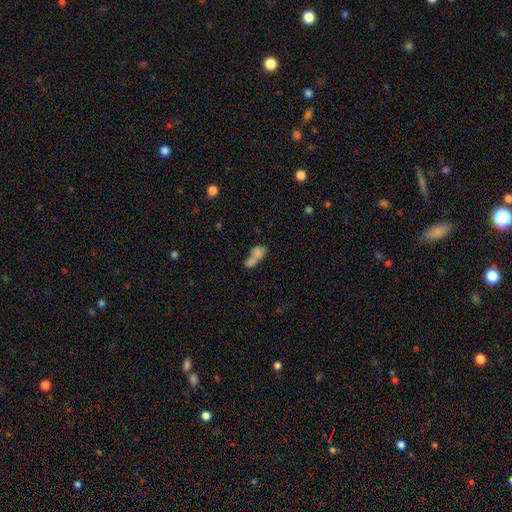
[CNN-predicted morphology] Smooth or featured: smooth — 72% (featured or disk — 18%)
How rounded: in between — 69% (round — 24%)
Merging: merger — 71% (none — 17%)